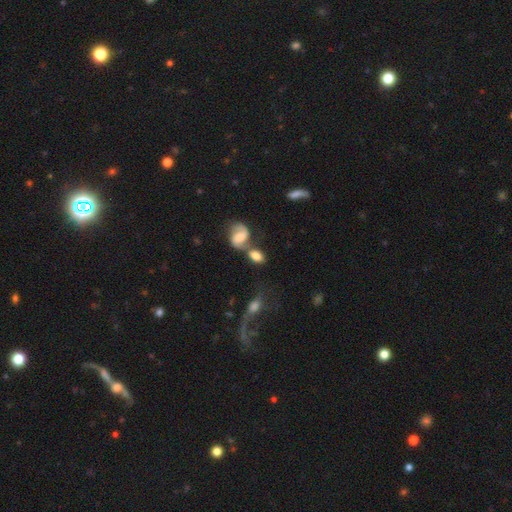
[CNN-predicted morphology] Smooth or featured?
  - smooth: 59% *
  - featured or disk: 32%
  - star or artifact: 9%
How rounded?
  - in between: 80% *
  - round: 16%
  - cigar-shaped: 4%
Merging?
  - merger: 46% *
  - none: 35%
  - minor disturbance: 12%
  - major disturbance: 7%